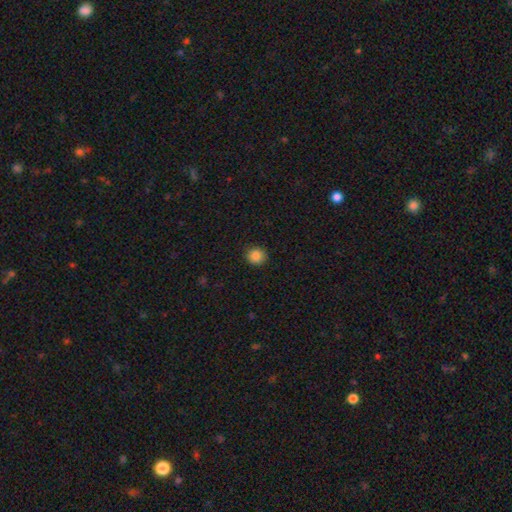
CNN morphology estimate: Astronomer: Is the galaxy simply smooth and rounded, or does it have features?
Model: smooth — 85%.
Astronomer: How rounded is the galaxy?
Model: round — 90%.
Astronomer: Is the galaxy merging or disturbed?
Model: none — 91%.